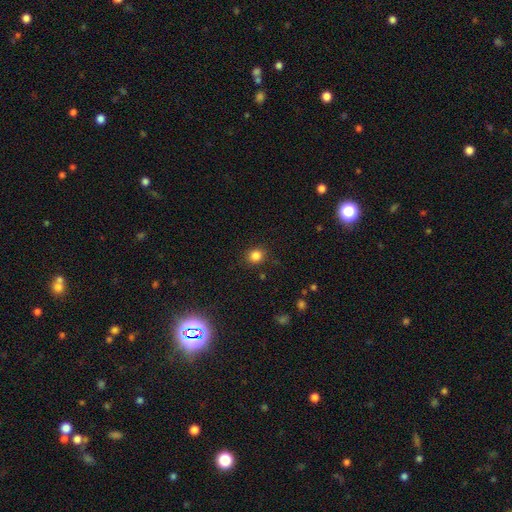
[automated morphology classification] Smooth or featured? smooth (84%)
How rounded? round (82%)
Merging? none (88%)